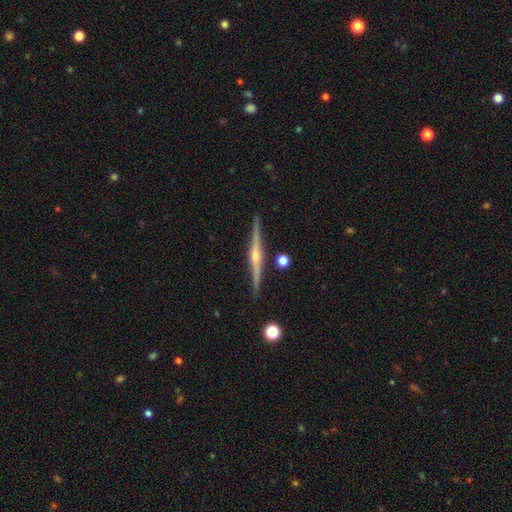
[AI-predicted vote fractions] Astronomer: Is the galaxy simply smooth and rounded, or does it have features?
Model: featured or disk — 83%.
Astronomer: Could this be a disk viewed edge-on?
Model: yes — 98%.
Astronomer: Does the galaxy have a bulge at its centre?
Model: rounded — 82%.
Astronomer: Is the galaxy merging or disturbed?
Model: none — 90%.